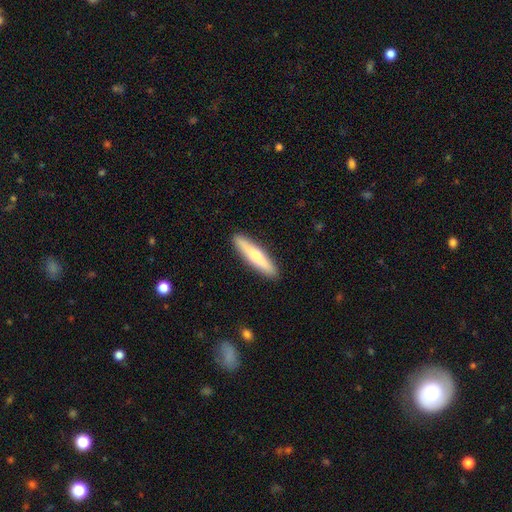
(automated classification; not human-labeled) Morphology: type=smooth (61%); roundness=cigar-shaped (88%); merging=none (91%).